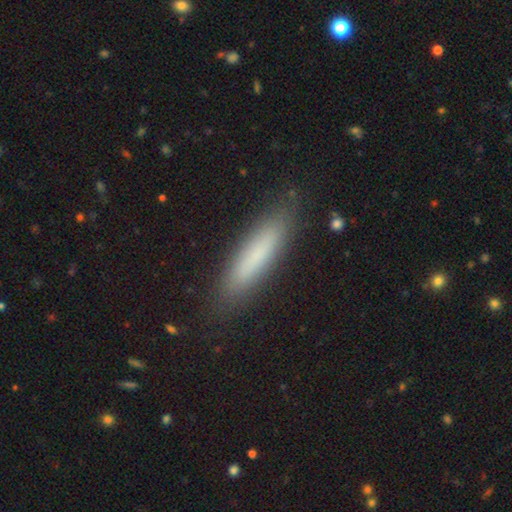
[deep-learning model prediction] This appears to be a smooth galaxy with no disk features (74%) that is cigar-shaped (80%). Merging: none (87%).